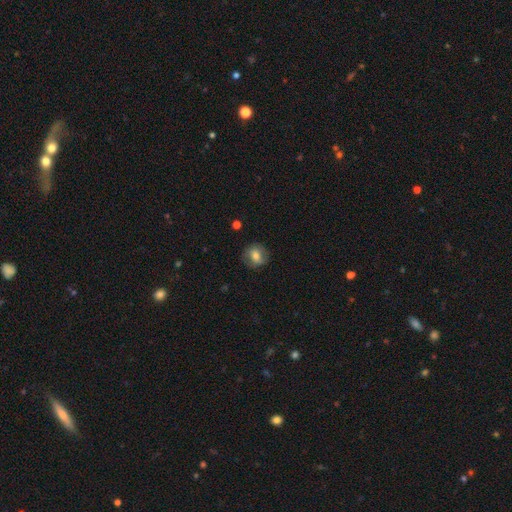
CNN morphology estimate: smooth 69%, featured or disk 22%, star or artifact 9%. Down the decision tree: how rounded — round (76%); merging — none (80%).